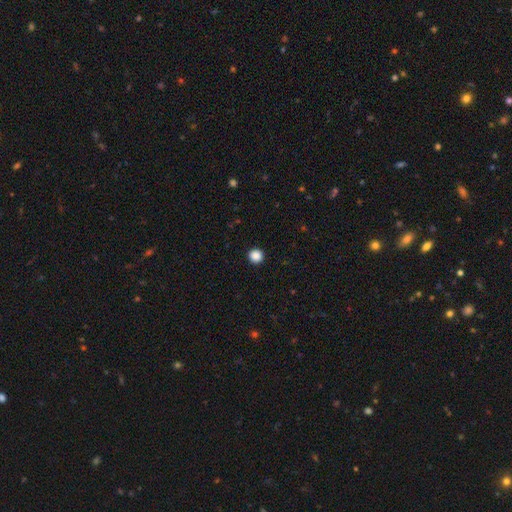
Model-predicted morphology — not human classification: type=smooth (88%); roundness=round (95%); merging=none (94%).